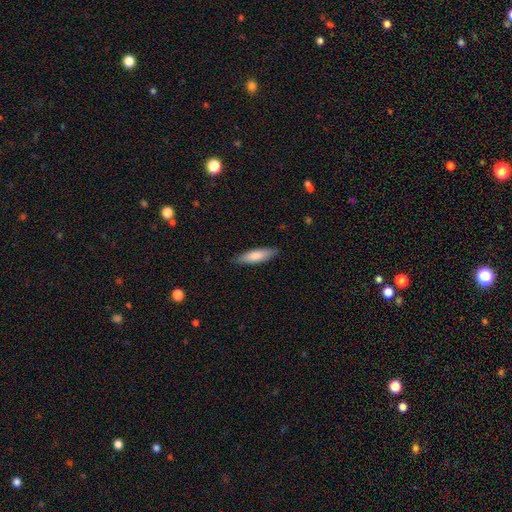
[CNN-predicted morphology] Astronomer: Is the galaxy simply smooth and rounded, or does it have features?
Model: smooth — 80%.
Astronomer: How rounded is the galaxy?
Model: cigar-shaped — 62%.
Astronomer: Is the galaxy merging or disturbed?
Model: none — 87%.